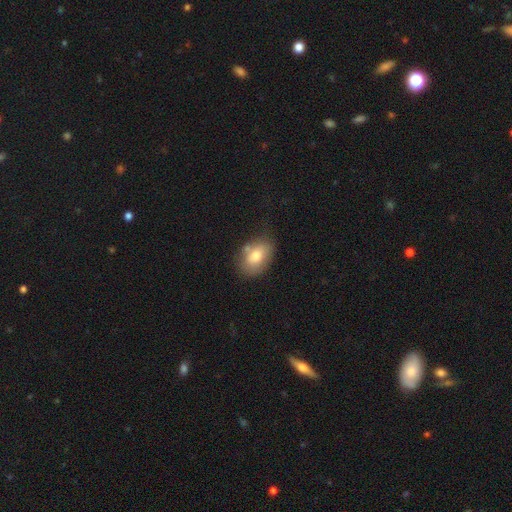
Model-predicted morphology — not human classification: smooth_or_featured: smooth (p=0.73) [alt: featured or disk p=0.19]
how_rounded: in between (p=0.82) [alt: round p=0.17]
merging: none (p=0.66) [alt: minor disturbance p=0.20]